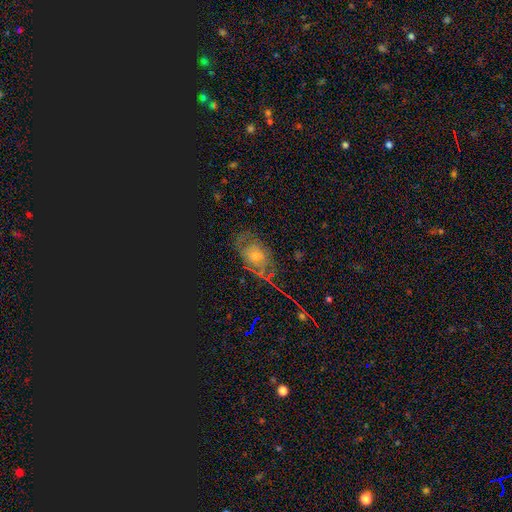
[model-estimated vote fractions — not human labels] Smooth or featured: smooth — 39% (featured or disk — 36%)
Merging: none — 59% (minor disturbance — 23%)